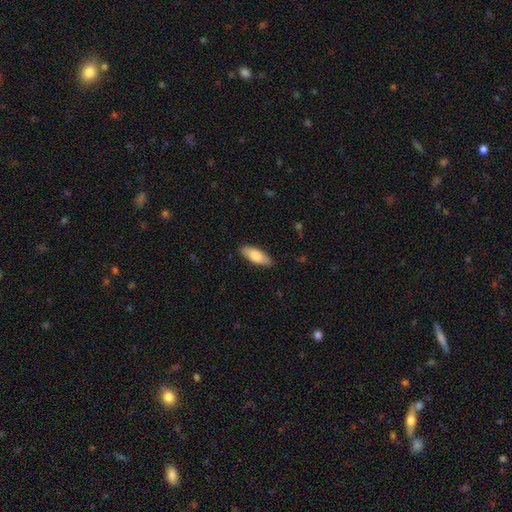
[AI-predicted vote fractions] Smooth or featured? Predicted: smooth (p=0.80). How rounded? Predicted: in between (p=0.75). Merging? Predicted: none (p=0.88).